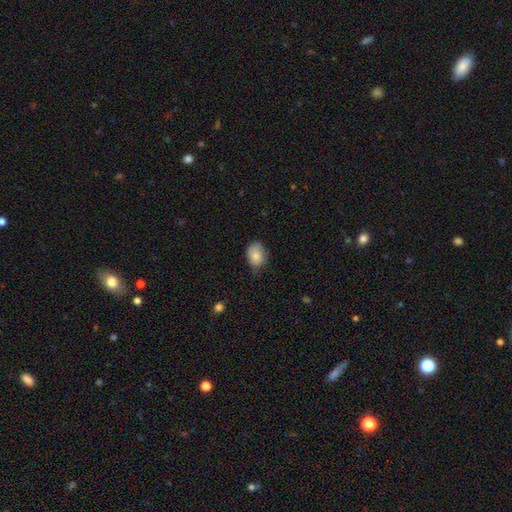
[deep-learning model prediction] smooth-or-featured: smooth: 84% | featured or disk: 8% | star or artifact: 8%
  how-rounded: in between: 67% | round: 32% | cigar-shaped: 1%
  merging: none: 60% | minor disturbance: 32% | major disturbance: 6% | merger: 1%